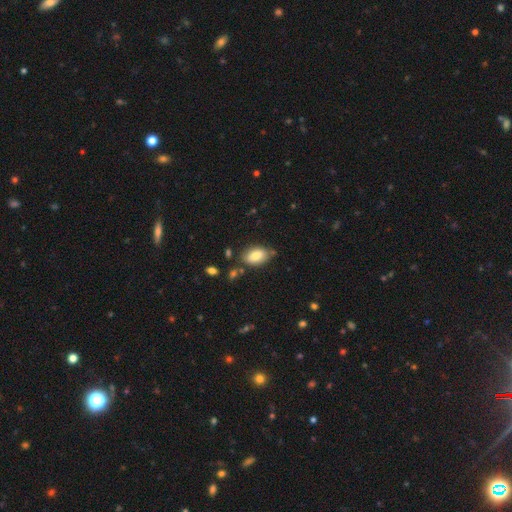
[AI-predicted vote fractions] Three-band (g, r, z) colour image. It shows a smooth galaxy with no disk features (82%) that is in between round and cigar-shaped (92%). Merging: none (73%).